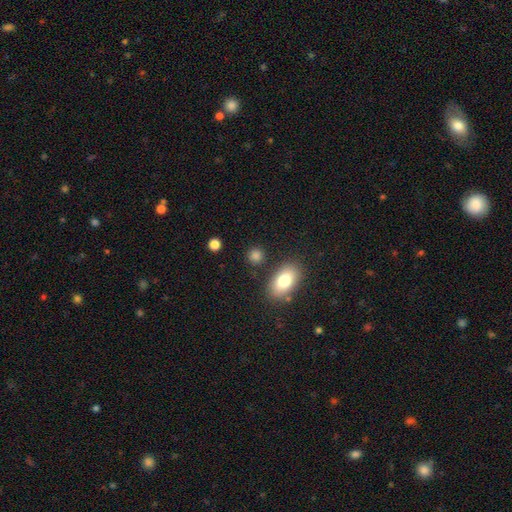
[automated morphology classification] Smooth or featured? Predicted: smooth (p=0.83). How rounded? Predicted: round (p=0.76). Merging? Predicted: none (p=0.82).